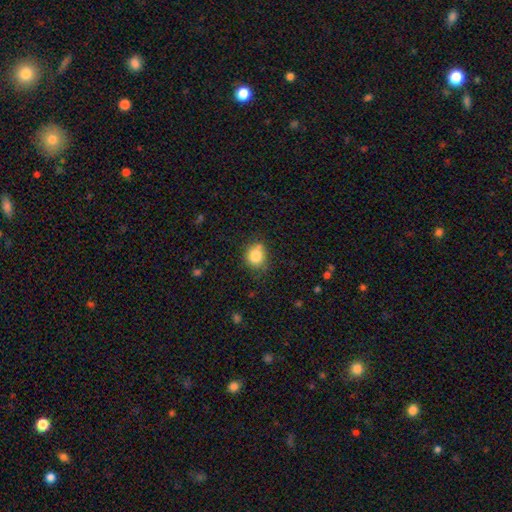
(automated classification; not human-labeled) A smooth galaxy with no disk features (82%) that is round (75%).

Vote fractions:
- Smooth or featured? smooth: 82% / star or artifact: 10% / featured or disk: 8%
- How rounded? round: 75% / in between: 24% / cigar-shaped: 1%
- Merging? none: 68% / minor disturbance: 20% / merger: 8% / major disturbance: 5%